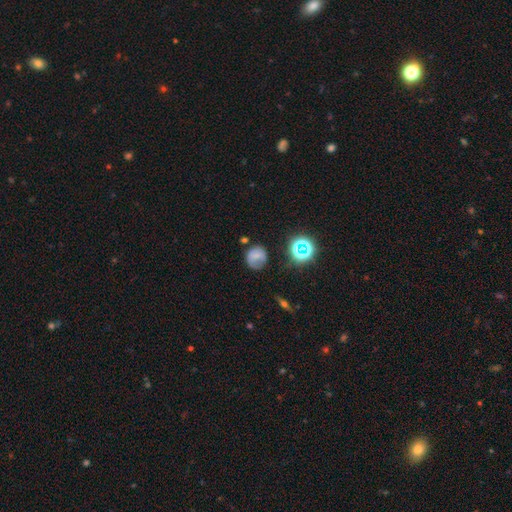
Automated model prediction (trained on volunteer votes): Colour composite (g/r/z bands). It shows a smooth galaxy with no disk features (64%) that is round (81%). Merging: none (61%).